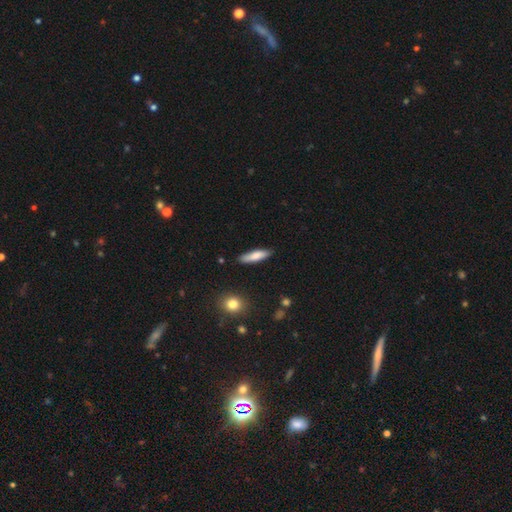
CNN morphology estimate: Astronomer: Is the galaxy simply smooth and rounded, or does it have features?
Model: smooth — 75%.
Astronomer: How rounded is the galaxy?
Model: cigar-shaped — 71%.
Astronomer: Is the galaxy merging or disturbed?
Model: none — 86%.